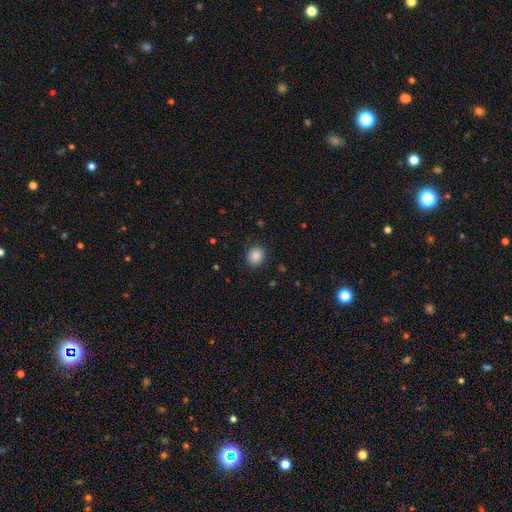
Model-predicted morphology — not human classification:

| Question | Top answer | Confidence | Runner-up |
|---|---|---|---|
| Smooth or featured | smooth | 87% | star or artifact (9%) |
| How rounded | round | 66% | in between (33%) |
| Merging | none | 89% | minor disturbance (8%) |